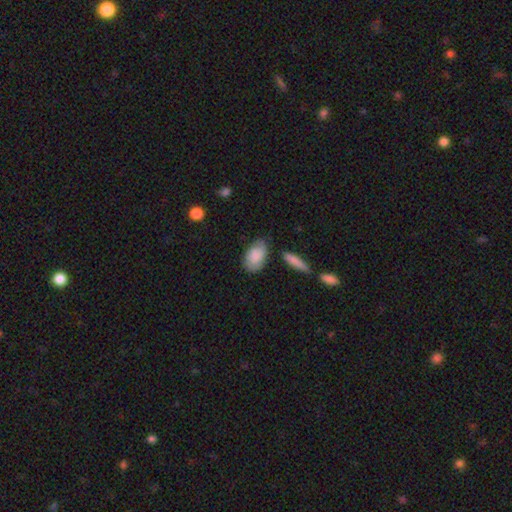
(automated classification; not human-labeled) Smooth or featured? smooth (76%)
How rounded? in between (90%)
Merging? none (68%)